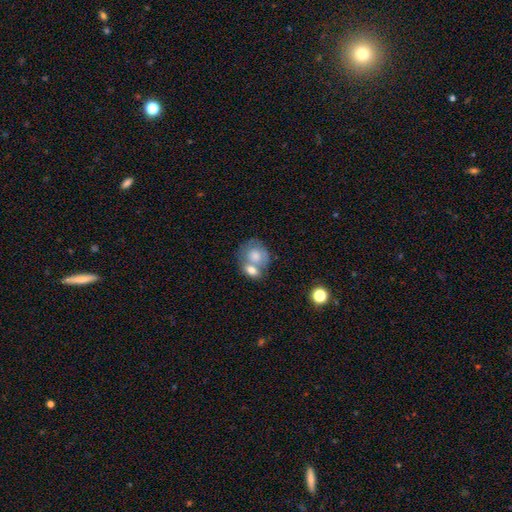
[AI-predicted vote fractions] smooth 70%, featured or disk 24%, star or artifact 7%. Down the decision tree: how rounded — round (58%); merging — merger (60%).